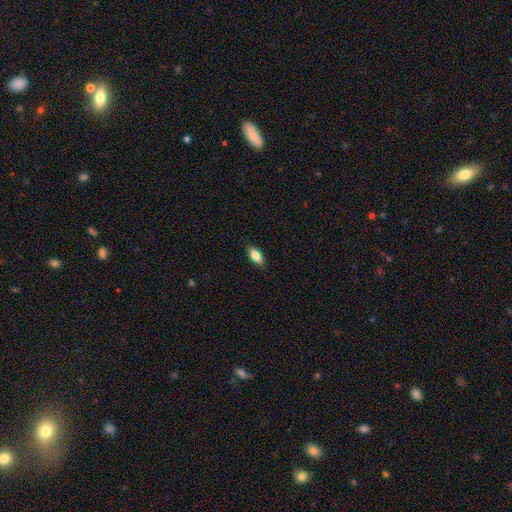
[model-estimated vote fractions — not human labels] Smooth or featured? smooth (78%)
How rounded? in between (85%)
Merging? none (88%)